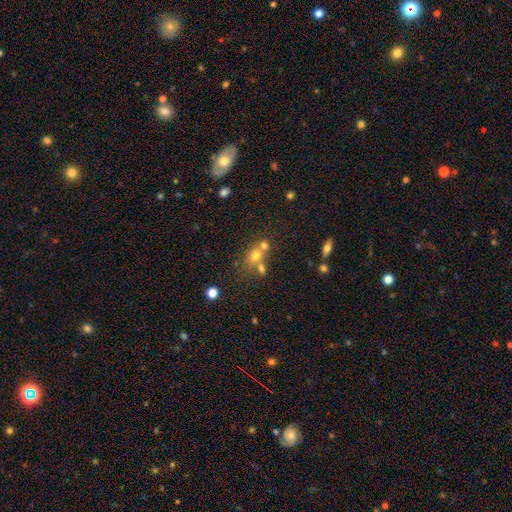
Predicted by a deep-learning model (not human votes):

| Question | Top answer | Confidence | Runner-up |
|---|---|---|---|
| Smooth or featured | smooth | 61% | star or artifact (21%) |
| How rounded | round | 64% | in between (34%) |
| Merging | merger | 43% | none (42%) |